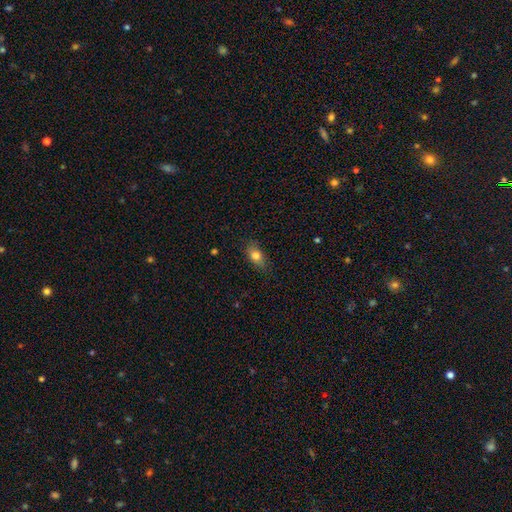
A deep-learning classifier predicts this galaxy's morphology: This appears to be a smooth galaxy with no disk features (80%) that is in between round and cigar-shaped (82%). Merging: none (82%).